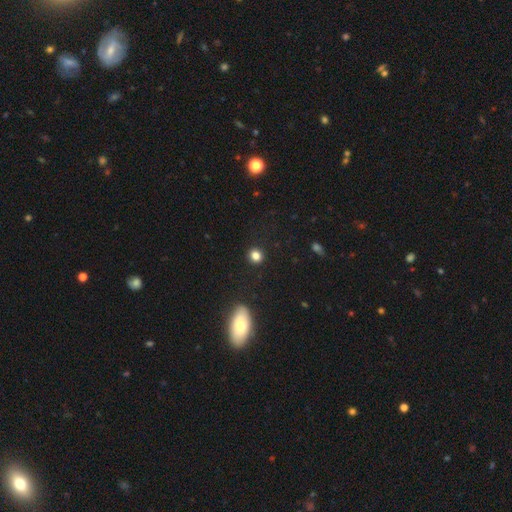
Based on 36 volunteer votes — Volunteers were most divided on "how rounded": round: 77%, in between: 19%, cigar-shaped: 3%. More confident: merging — none (94%); smooth or featured — smooth (86%).